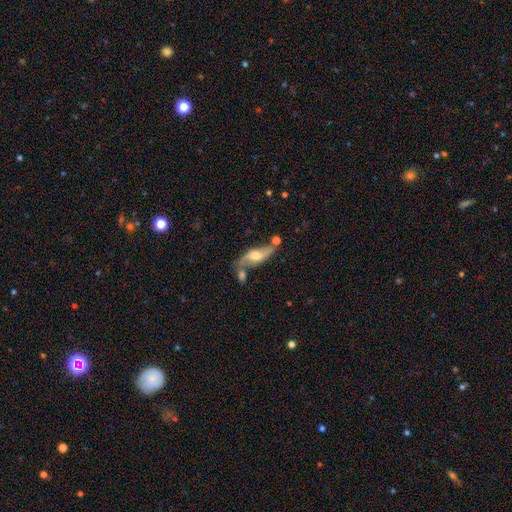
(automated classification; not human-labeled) smooth-or-featured: featured or disk: 68% | smooth: 25% | star or artifact: 7%
  disk-edge-on: no: 77% | yes: 23%
    bar: no: 52% | weak: 34% | strong: 14%
    has-spiral-arms: yes: 86% | no: 14%
    bulge-size: moderate: 58% | large: 21% | small: 15% | none: 4% | dominant: 2%
  merging: none: 51% | merger: 22% | minor disturbance: 18% | major disturbance: 8%